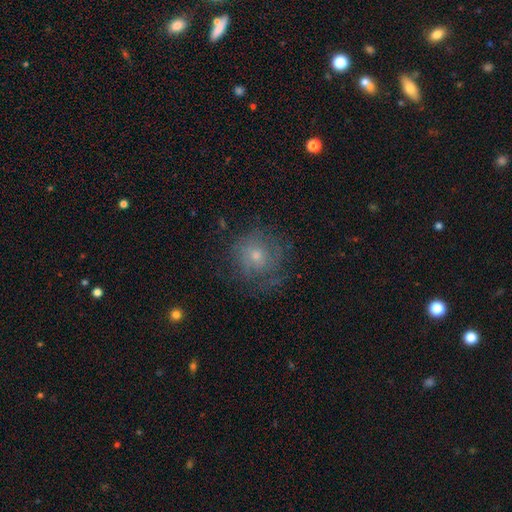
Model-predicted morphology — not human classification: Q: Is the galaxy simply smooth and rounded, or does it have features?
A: smooth — 50%.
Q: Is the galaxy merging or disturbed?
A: none — 64%.